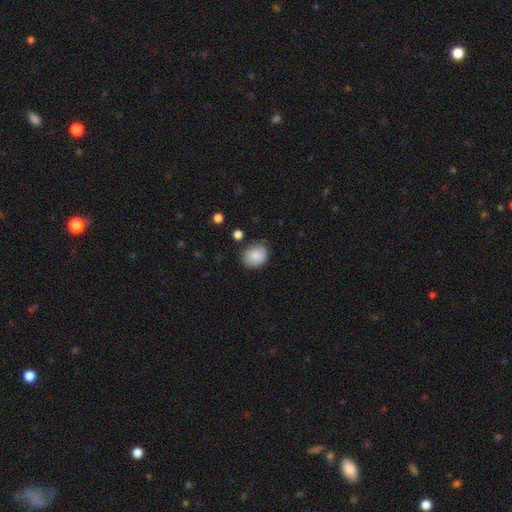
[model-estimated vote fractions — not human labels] smooth 84%, featured or disk 9%, star or artifact 8%. Down the decision tree: how rounded — round (63%); merging — none (72%).